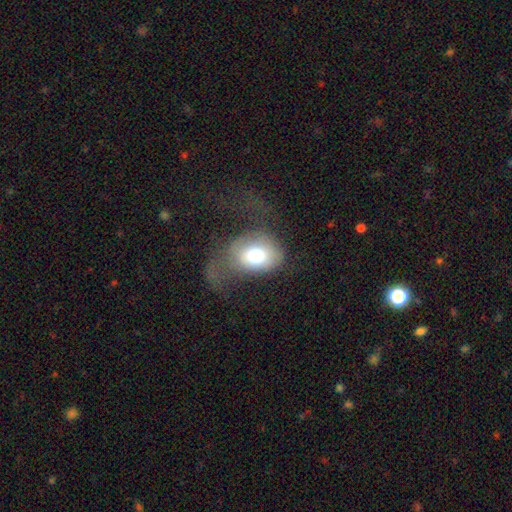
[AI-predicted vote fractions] Smooth or featured: smooth — 69% (featured or disk — 21%)
How rounded: in between — 58% (round — 41%)
Merging: major disturbance — 48% (none — 27%)